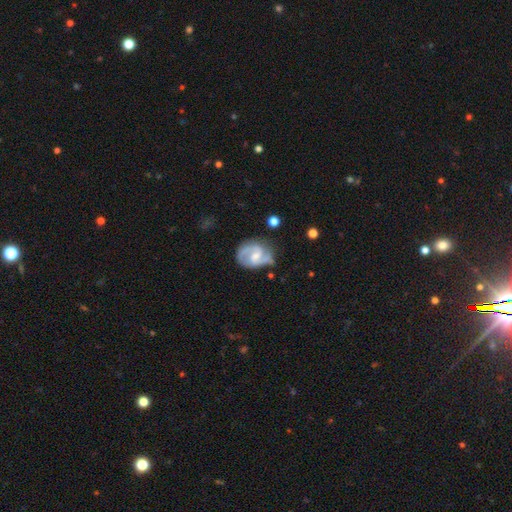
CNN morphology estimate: Smooth or featured? featured or disk (85%)
Edge-on disk? no (98%)
Bar? weak (56%)
Spiral arms? yes (96%)
Spiral winding? medium (55%)
Spiral arm count? 2 (88%)
Bulge size? small (47%)
Merging? none (65%)